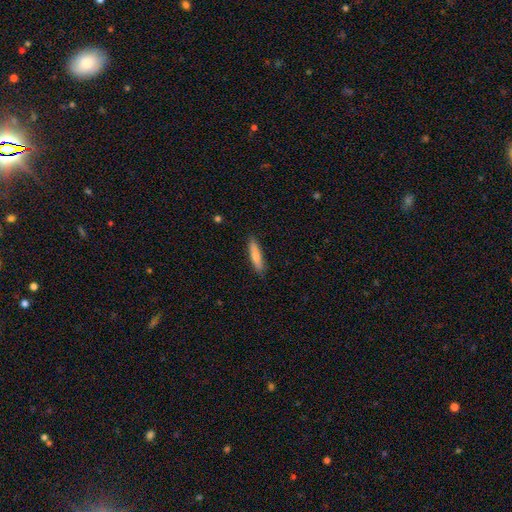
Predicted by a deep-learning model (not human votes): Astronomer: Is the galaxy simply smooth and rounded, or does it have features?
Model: smooth — 76%.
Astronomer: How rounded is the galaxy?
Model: cigar-shaped — 84%.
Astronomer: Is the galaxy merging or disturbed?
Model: none — 88%.